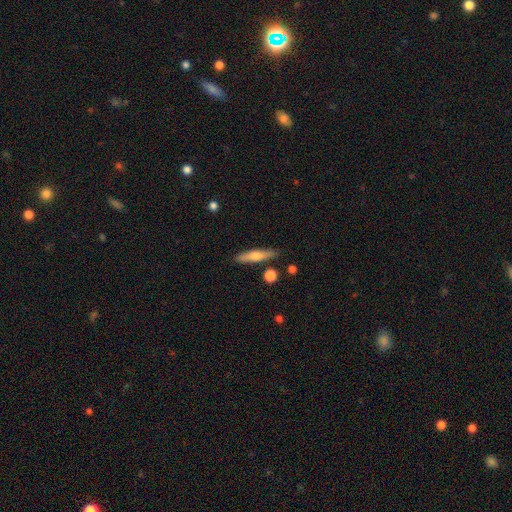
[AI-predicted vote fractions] Morphology: type=smooth (58%); roundness=cigar-shaped (84%); merging=none (86%).